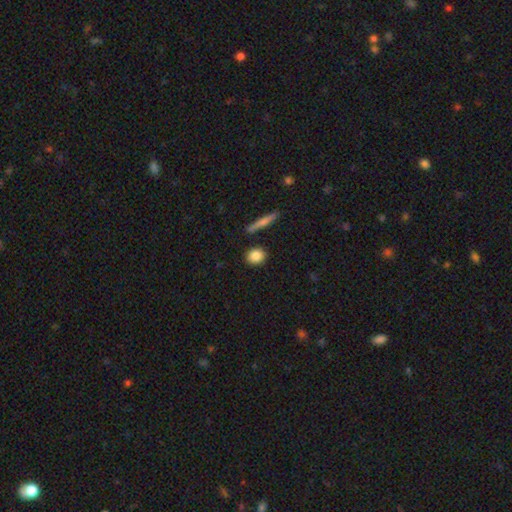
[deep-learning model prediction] The model was most divided on "how rounded": round: 62%, in between: 33%, cigar-shaped: 5%. More confident: merging — none (86%); smooth or featured — smooth (85%).